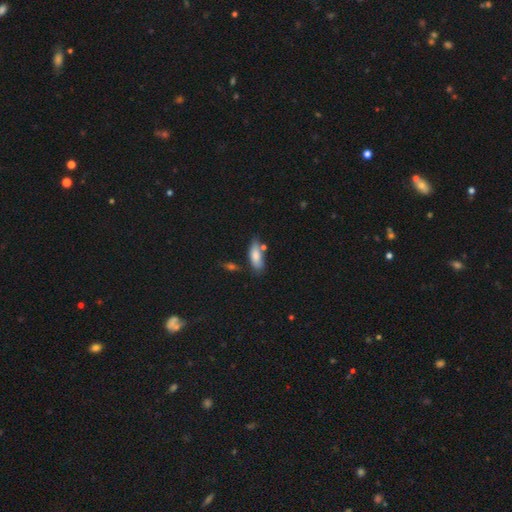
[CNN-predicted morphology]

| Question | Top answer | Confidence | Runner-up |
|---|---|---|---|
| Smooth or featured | smooth | 81% | featured or disk (13%) |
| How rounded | in between | 73% | cigar-shaped (25%) |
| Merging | none | 62% | minor disturbance (21%) |